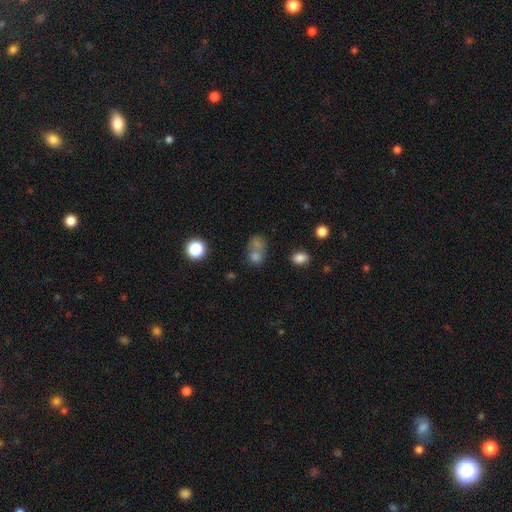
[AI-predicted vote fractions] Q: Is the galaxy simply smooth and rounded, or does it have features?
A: smooth — 71%.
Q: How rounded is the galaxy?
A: round — 59%.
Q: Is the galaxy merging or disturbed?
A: merger — 51%.